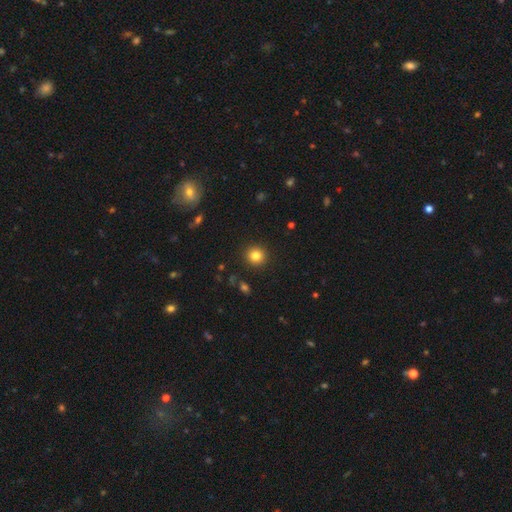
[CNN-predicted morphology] Smooth or featured: smooth — 83% (star or artifact — 11%)
How rounded: round — 92% (in between — 7%)
Merging: none — 92% (minor disturbance — 5%)